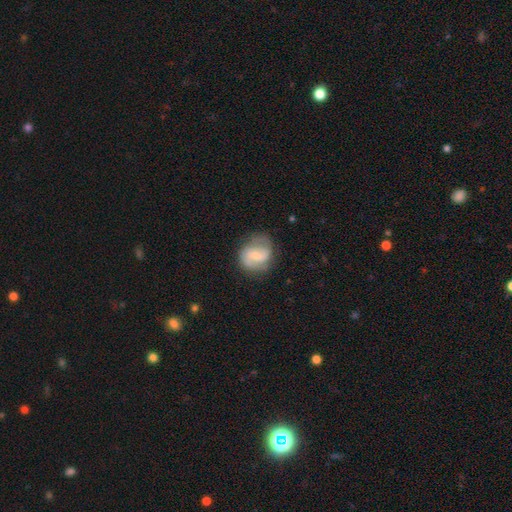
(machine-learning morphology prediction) Q: Smooth or featured?
A: featured or disk (68%); runner-up: smooth (25%)
Q: Edge-on disk?
A: no (98%); runner-up: yes (2%)
Q: Bar?
A: weak (51%); runner-up: no (33%)
Q: Spiral arms?
A: yes (92%); runner-up: no (8%)
Q: Spiral winding?
A: medium (49%); runner-up: loose (29%)
Q: Spiral arm count?
A: 2 (82%); runner-up: can't tell (8%)
Q: Bulge size?
A: small (51%); runner-up: moderate (34%)
Q: Merging?
A: none (71%); runner-up: minor disturbance (19%)